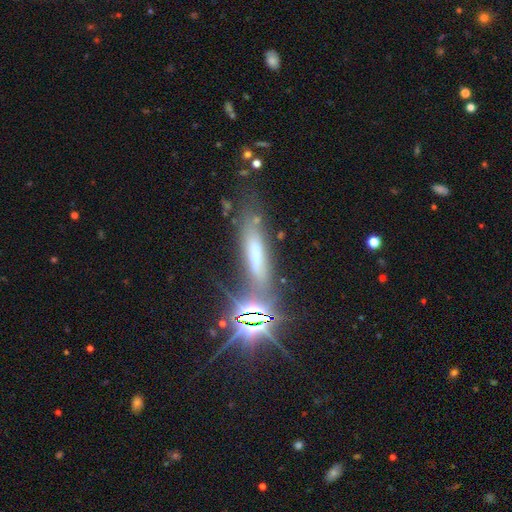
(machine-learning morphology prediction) smooth_or_featured: smooth (p=0.37) [alt: star or artifact p=0.33]
merging: none (p=0.63) [alt: minor disturbance p=0.20]